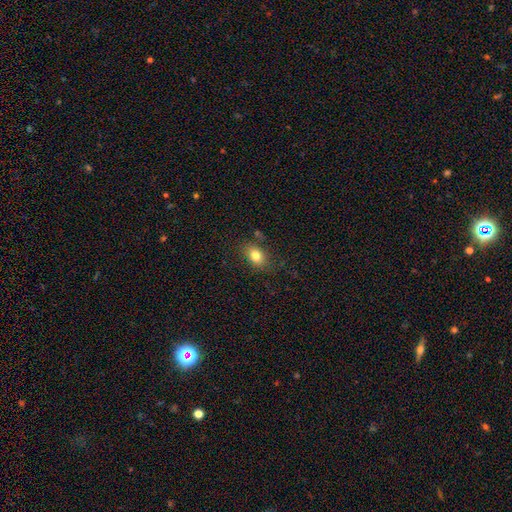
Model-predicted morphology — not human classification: type=smooth (79%); roundness=in between (75%); merging=none (79%).